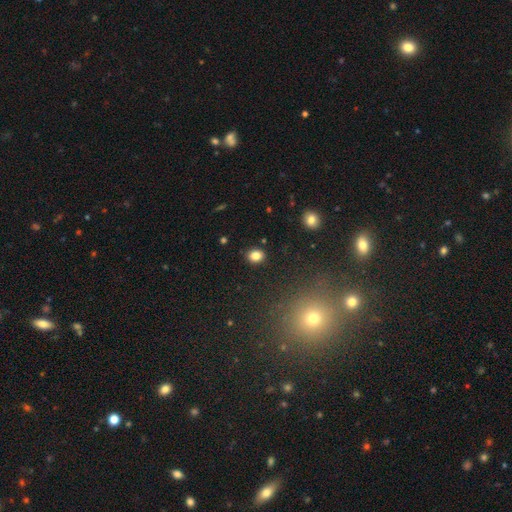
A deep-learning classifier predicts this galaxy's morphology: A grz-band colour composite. It shows a smooth galaxy with no disk features (83%) that is round (55%). Merging: none (89%).